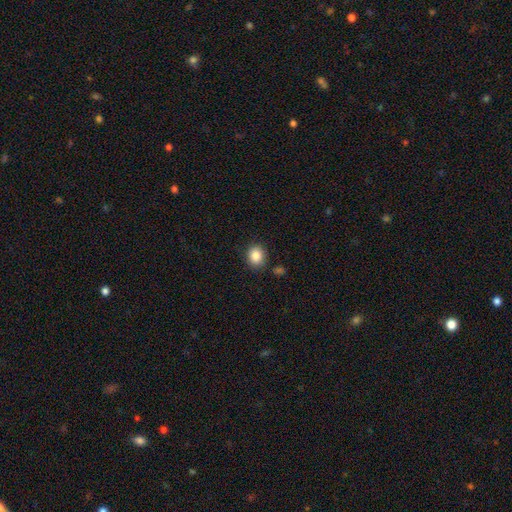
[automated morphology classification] Smooth or featured?
  - smooth: 86% *
  - star or artifact: 9%
  - featured or disk: 5%
How rounded?
  - round: 68% *
  - in between: 31%
  - cigar-shaped: 1%
Merging?
  - none: 85% *
  - minor disturbance: 9%
  - merger: 3%
  - major disturbance: 3%